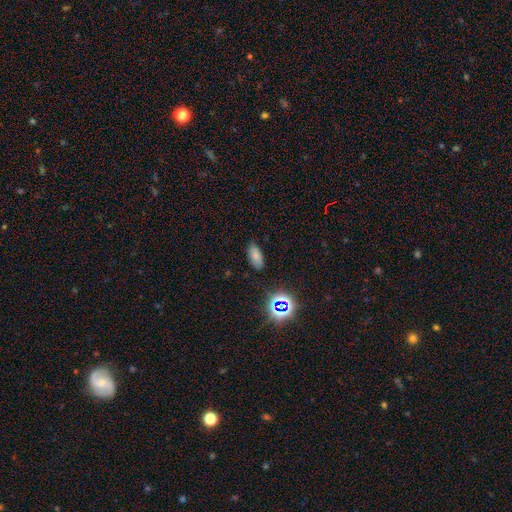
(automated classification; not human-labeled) A smooth galaxy with no disk features (74%) that is in between round and cigar-shaped (88%).

Vote fractions:
- Smooth or featured? smooth: 74% / star or artifact: 17% / featured or disk: 9%
- How rounded? in between: 88% / cigar-shaped: 8% / round: 4%
- Merging? none: 82% / minor disturbance: 13% / major disturbance: 3% / merger: 2%